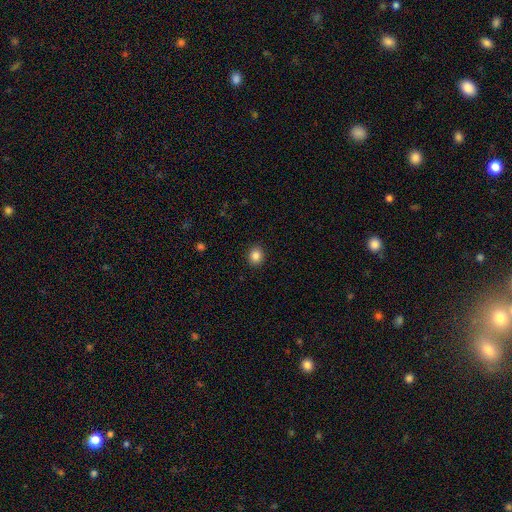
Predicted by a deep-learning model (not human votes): smooth 85%, star or artifact 10%, featured or disk 5%. Down the decision tree: how rounded — round (71%); merging — none (91%).